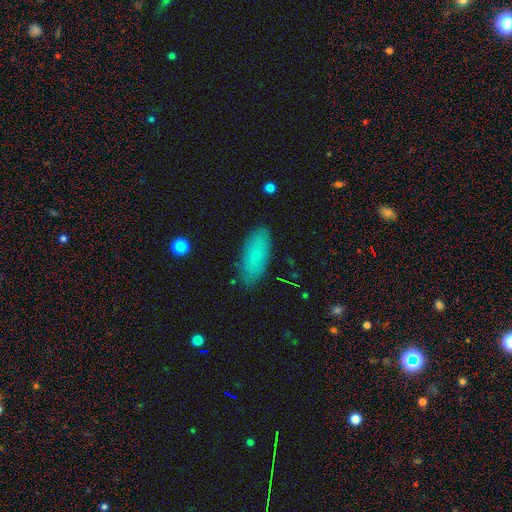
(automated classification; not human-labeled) smooth_or_featured: smooth (p=0.76) [alt: featured or disk p=0.16]
how_rounded: in between (p=0.81) [alt: cigar-shaped p=0.16]
merging: none (p=0.86) [alt: minor disturbance p=0.11]